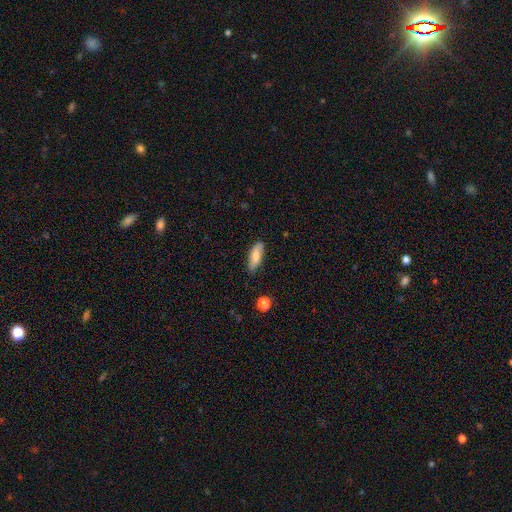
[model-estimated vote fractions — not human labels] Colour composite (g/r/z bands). It shows a smooth galaxy with no disk features (74%) that is in between round and cigar-shaped (59%). Merging: none (82%).